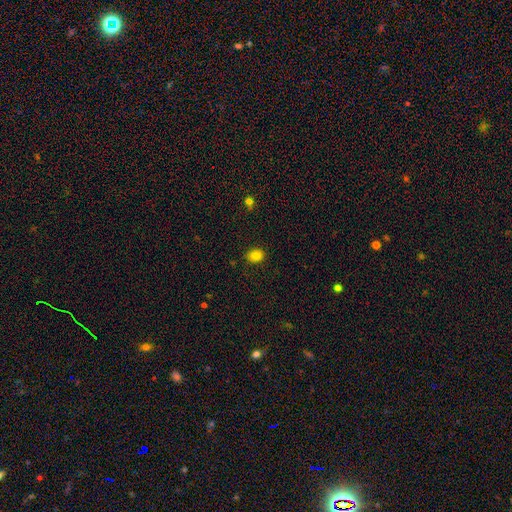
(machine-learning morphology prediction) type=smooth (83%); roundness=round (50%); merging=none (87%).